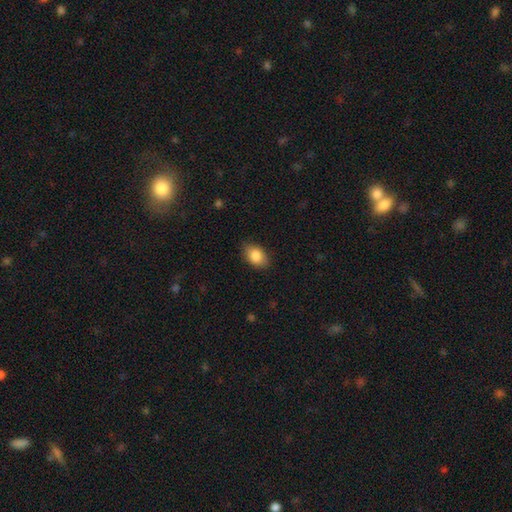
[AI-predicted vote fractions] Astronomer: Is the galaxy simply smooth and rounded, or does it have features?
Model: smooth — 85%.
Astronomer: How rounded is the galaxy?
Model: in between — 85%.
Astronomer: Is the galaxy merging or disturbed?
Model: none — 83%.